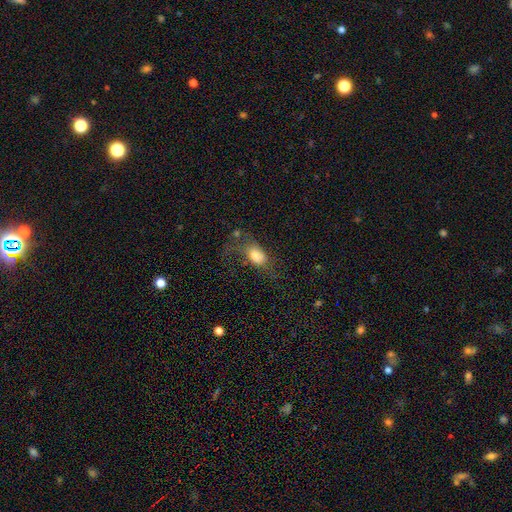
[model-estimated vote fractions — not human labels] A smooth galaxy with no disk features (66%) that is in between round and cigar-shaped (82%). Merging: major disturbance (44%).